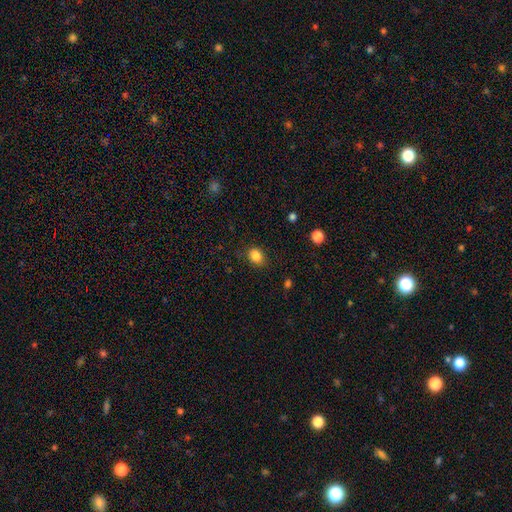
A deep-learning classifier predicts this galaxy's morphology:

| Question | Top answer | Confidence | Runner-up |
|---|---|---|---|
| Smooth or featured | smooth | 85% | star or artifact (10%) |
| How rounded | in between | 50% | round (49%) |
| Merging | none | 83% | minor disturbance (13%) |